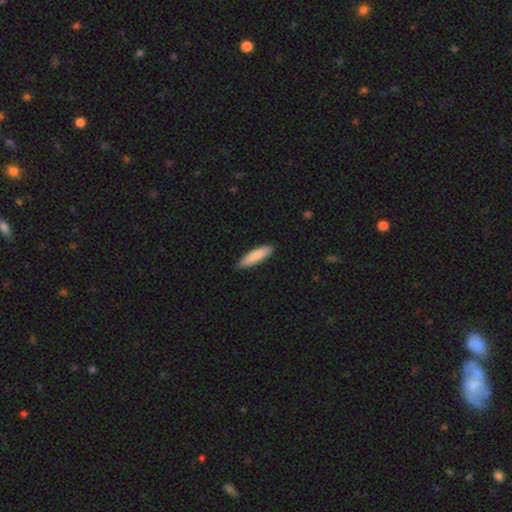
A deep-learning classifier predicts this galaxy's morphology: A smooth galaxy with no disk features (84%) that is cigar-shaped (69%).

Vote fractions:
- Smooth or featured? smooth: 84% / featured or disk: 11% / star or artifact: 5%
- How rounded? cigar-shaped: 69% / in between: 30% / round: 1%
- Merging? none: 82% / minor disturbance: 15% / major disturbance: 2% / merger: 1%